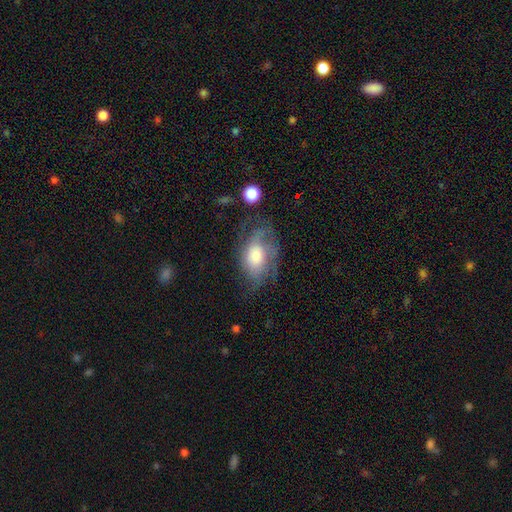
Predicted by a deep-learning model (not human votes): Q: Smooth or featured?
A: featured or disk (57%); runner-up: smooth (34%)
Q: Edge-on disk?
A: no (94%); runner-up: yes (6%)
Q: Bar?
A: no (77%); runner-up: weak (20%)
Q: Spiral arms?
A: yes (76%); runner-up: no (24%)
Q: Bulge size?
A: moderate (48%); runner-up: large (32%)
Q: Merging?
A: none (49%); runner-up: minor disturbance (26%)